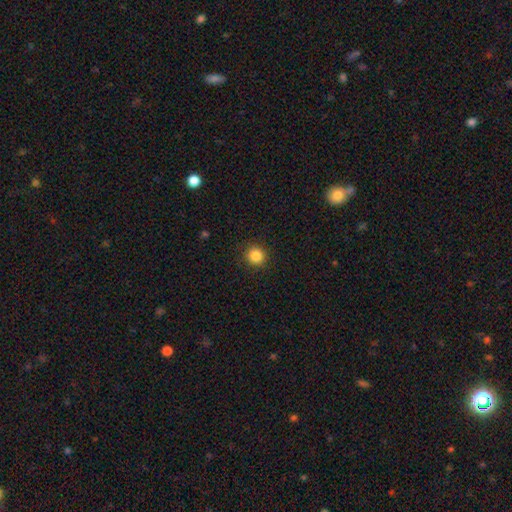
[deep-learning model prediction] This is clearly a smooth galaxy (85%). How rounded: clearly round (92%). Merging: clearly none (91%).